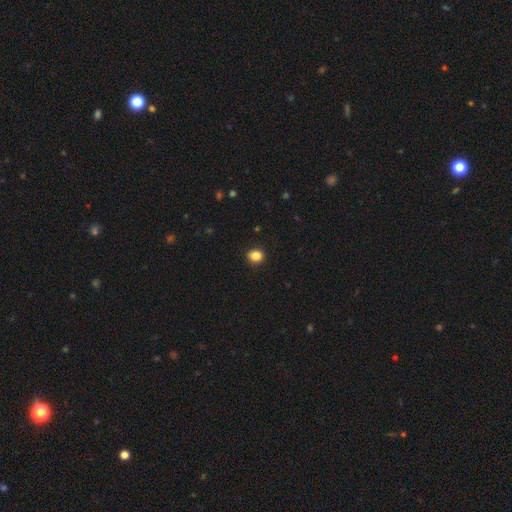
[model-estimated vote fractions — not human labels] smooth 87%, star or artifact 10%, featured or disk 3%. Down the decision tree: how rounded — round (70%); merging — none (91%).